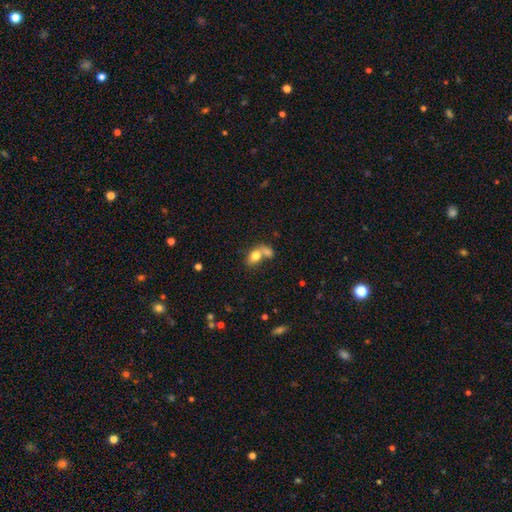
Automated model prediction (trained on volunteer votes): smooth_or_featured: smooth (p=0.76) [alt: featured or disk p=0.15]
how_rounded: in between (p=0.78) [alt: round p=0.19]
merging: merger (p=0.58) [alt: none p=0.26]